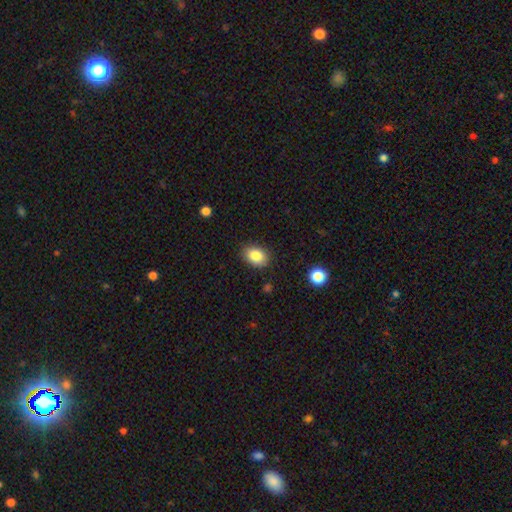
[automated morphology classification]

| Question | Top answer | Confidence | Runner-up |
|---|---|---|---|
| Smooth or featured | smooth | 86% | star or artifact (8%) |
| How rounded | in between | 75% | round (24%) |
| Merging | none | 86% | minor disturbance (10%) |